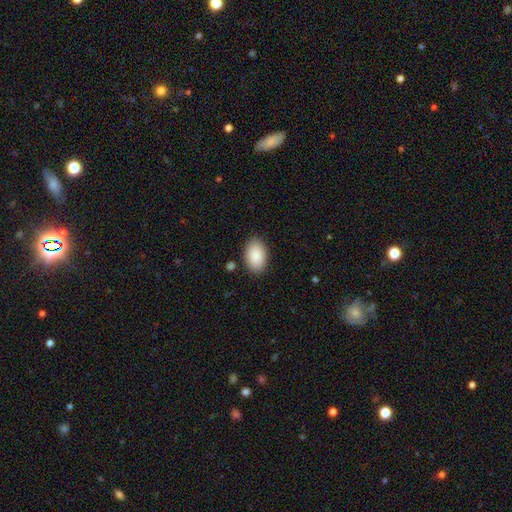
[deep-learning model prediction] Smooth or featured: smooth — 89% (star or artifact — 6%)
How rounded: in between — 92% (round — 7%)
Merging: none — 87% (minor disturbance — 9%)